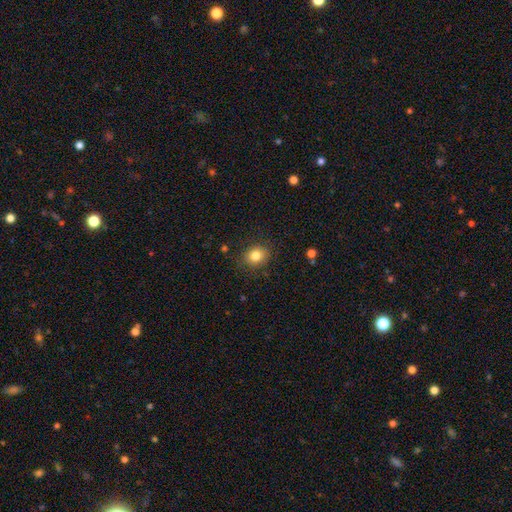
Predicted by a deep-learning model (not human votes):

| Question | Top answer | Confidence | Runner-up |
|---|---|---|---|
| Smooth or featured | smooth | 82% | star or artifact (10%) |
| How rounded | round | 60% | in between (39%) |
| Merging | none | 85% | minor disturbance (11%) |